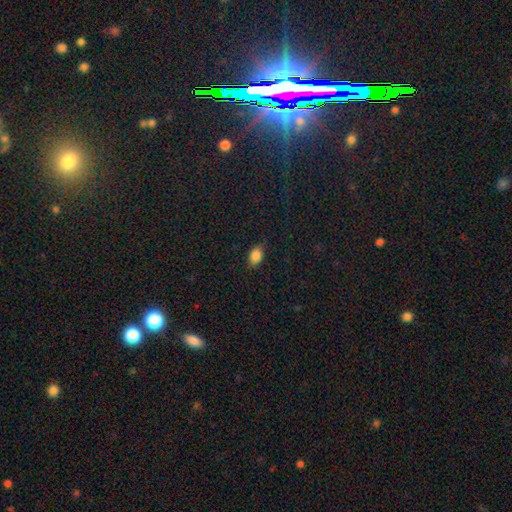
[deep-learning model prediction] Smooth or featured?
  - smooth: 86% *
  - star or artifact: 9%
  - featured or disk: 5%
How rounded?
  - in between: 85% *
  - round: 14%
  - cigar-shaped: 2%
Merging?
  - none: 80% *
  - minor disturbance: 16%
  - major disturbance: 3%
  - merger: 1%